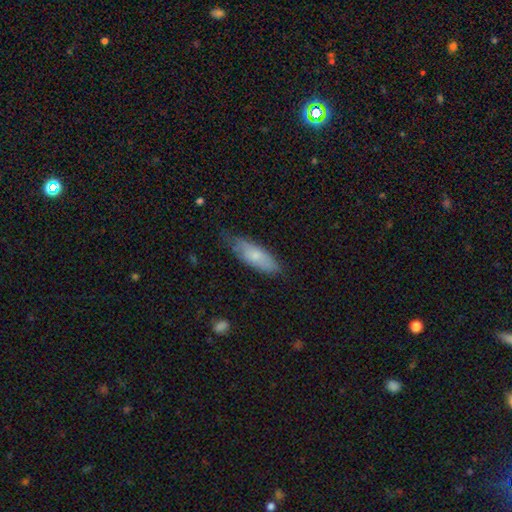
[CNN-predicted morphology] Smooth or featured: smooth — 71% (featured or disk — 23%)
How rounded: in between — 65% (cigar-shaped — 33%)
Merging: none — 66% (minor disturbance — 27%)